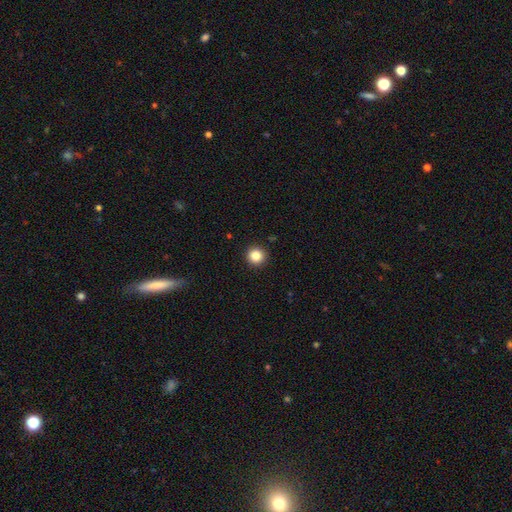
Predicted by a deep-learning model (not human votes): smooth_or_featured: smooth (p=0.85) [alt: star or artifact p=0.11]
how_rounded: round (p=0.95) [alt: in between p=0.04]
merging: none (p=0.93) [alt: minor disturbance p=0.05]